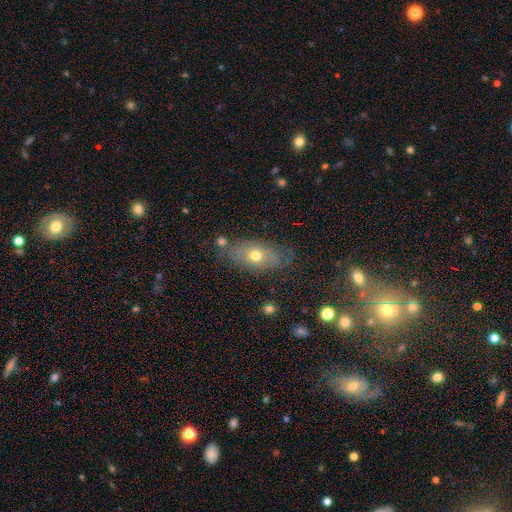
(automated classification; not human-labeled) Smooth or featured: smooth — 56% (featured or disk — 34%)
How rounded: in between — 83% (round — 10%)
Merging: none — 71% (minor disturbance — 19%)